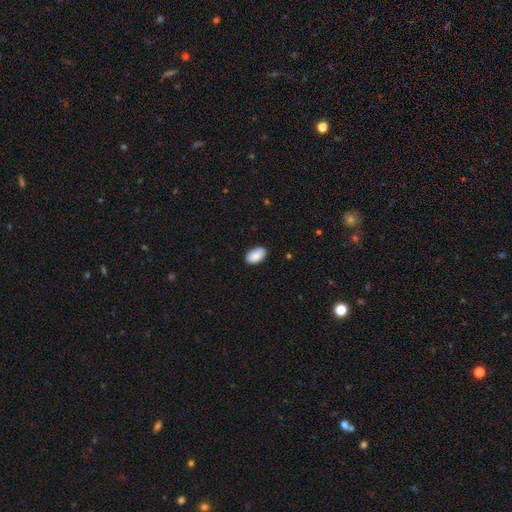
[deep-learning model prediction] Morphology: type=smooth (89%); roundness=in between (95%); merging=none (87%).